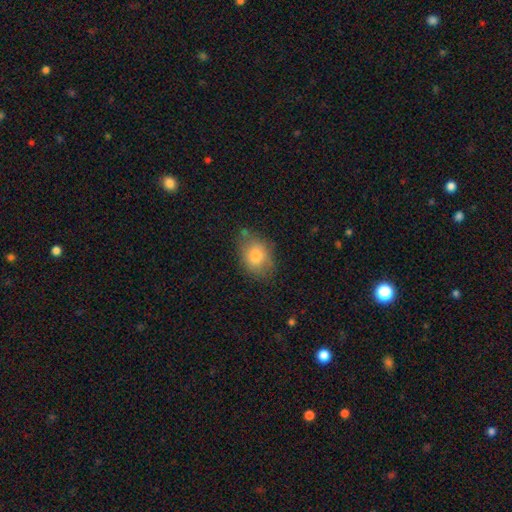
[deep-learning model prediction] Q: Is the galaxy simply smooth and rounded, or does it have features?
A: smooth — 79%.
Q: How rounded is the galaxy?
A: in between — 69%.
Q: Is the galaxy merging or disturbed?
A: none — 68%.